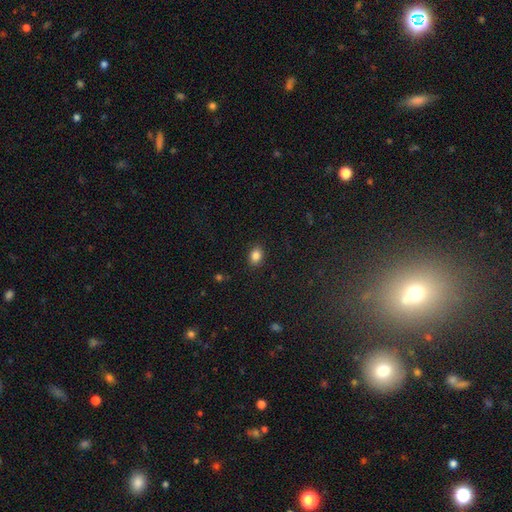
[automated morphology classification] Smooth or featured? smooth (85%)
How rounded? in between (69%)
Merging? none (88%)